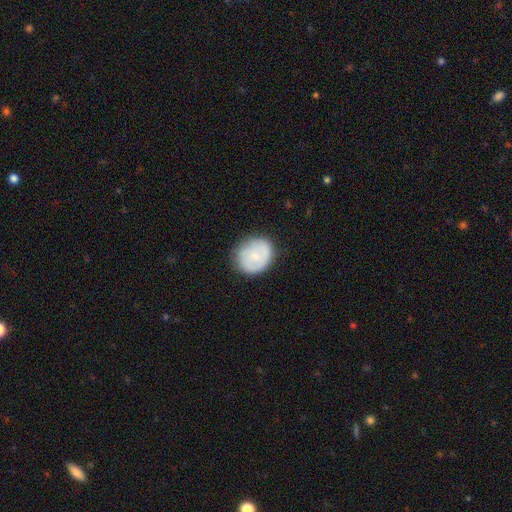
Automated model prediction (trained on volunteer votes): smooth 66%, featured or disk 28%, star or artifact 6%. Down the decision tree: how rounded — round (73%); merging — none (76%).